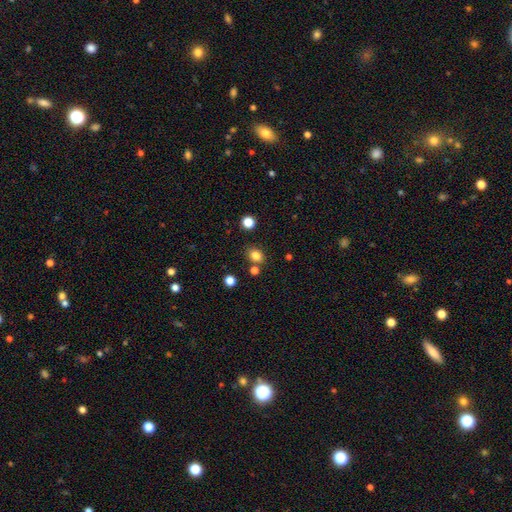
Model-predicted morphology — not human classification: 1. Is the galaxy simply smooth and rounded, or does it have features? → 82% smooth, 13% star or artifact, 5% featured or disk.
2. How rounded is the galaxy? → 52% in between, 47% round, 1% cigar-shaped.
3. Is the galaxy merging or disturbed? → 77% none, 11% minor disturbance, 9% merger, 3% major disturbance.